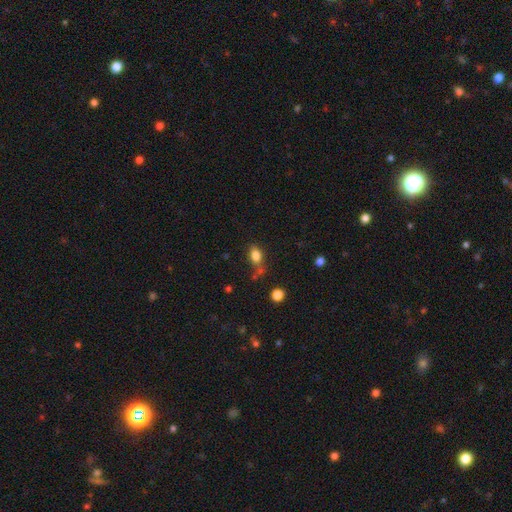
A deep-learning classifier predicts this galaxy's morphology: smooth_or_featured: smooth (p=0.82) [alt: star or artifact p=0.11]
how_rounded: in between (p=0.81) [alt: round p=0.16]
merging: none (p=0.62) [alt: minor disturbance p=0.19]